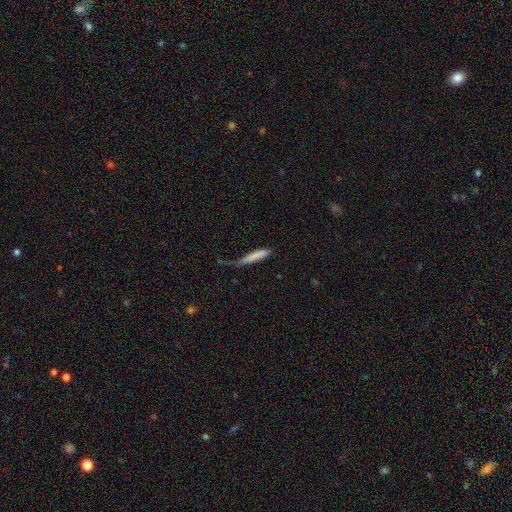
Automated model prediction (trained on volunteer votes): Smooth or featured? smooth (77%)
How rounded? cigar-shaped (88%)
Merging? none (38%)